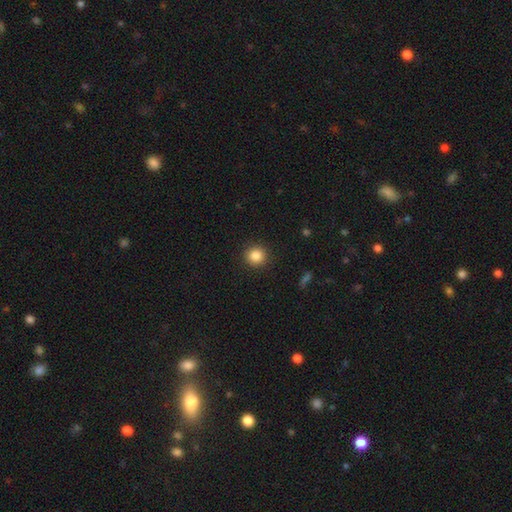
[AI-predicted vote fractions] Overall: smooth (85%). How rounded: round (93%). Merging: none (92%).